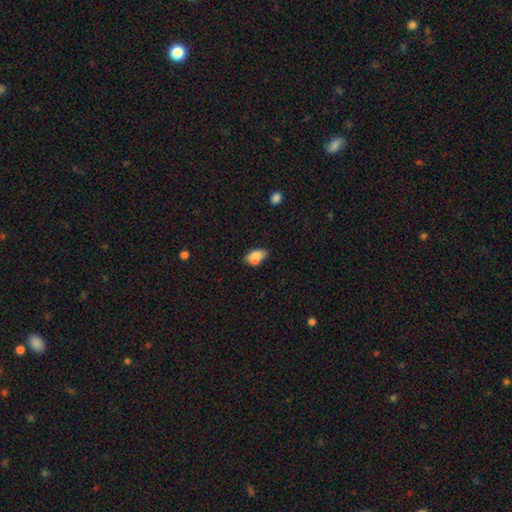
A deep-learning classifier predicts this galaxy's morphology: smooth 77%, featured or disk 15%, star or artifact 9%. Down the decision tree: how rounded — in between (88%); merging — none (44%).